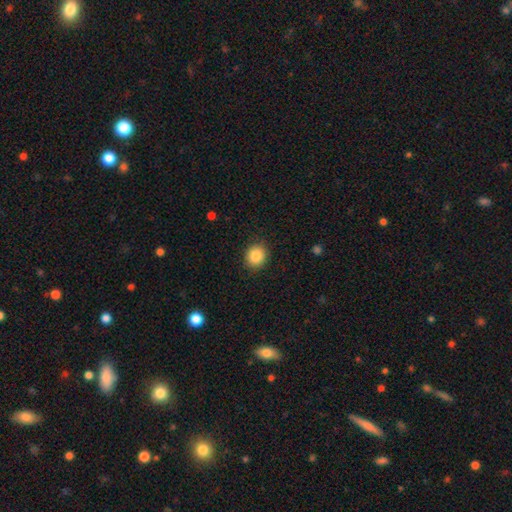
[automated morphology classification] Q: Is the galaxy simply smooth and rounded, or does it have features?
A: smooth — 86%.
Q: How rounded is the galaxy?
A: round — 82%.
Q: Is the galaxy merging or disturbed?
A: none — 89%.